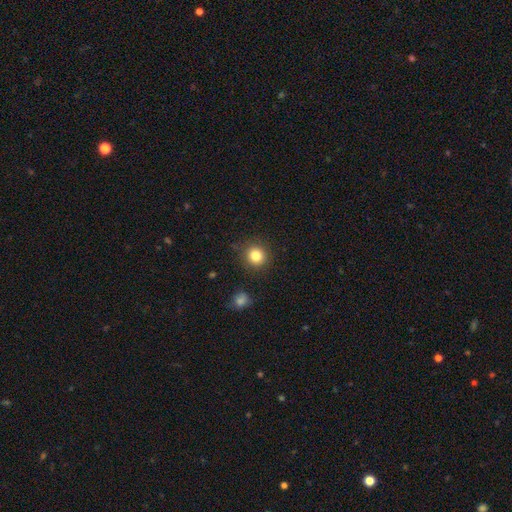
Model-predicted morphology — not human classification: Smooth or featured? smooth (83%)
How rounded? round (91%)
Merging? none (87%)